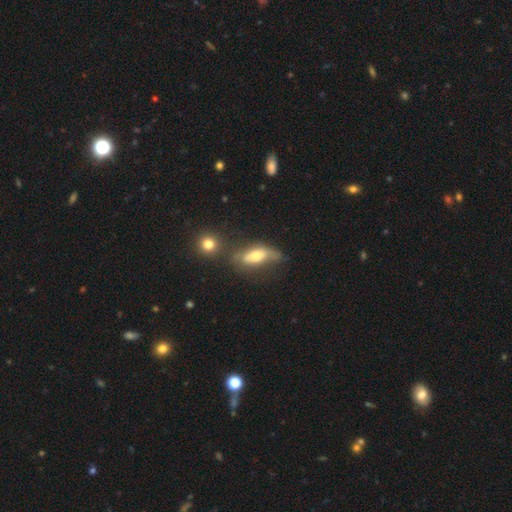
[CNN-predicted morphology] Smooth or featured?
  - smooth: 52% *
  - featured or disk: 39%
  - star or artifact: 9%
How rounded?
  - in between: 68% *
  - cigar-shaped: 28%
  - round: 4%
Merging?
  - none: 42% *
  - minor disturbance: 29%
  - major disturbance: 19%
  - merger: 11%